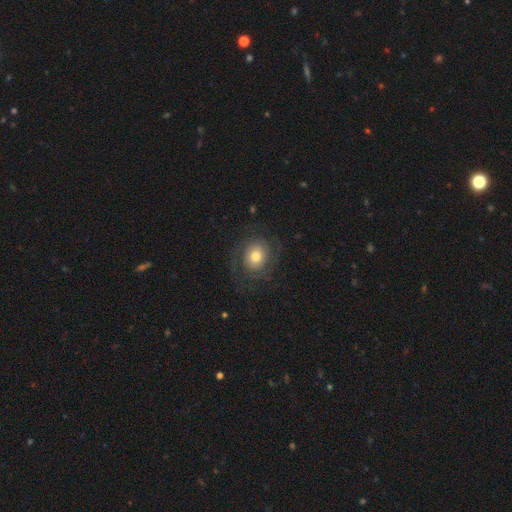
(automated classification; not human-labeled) A featured or disk galaxy (52%) with no bar (82%), spiral arms (77%) and a moderate central bulge (62%). Merging: none (72%).